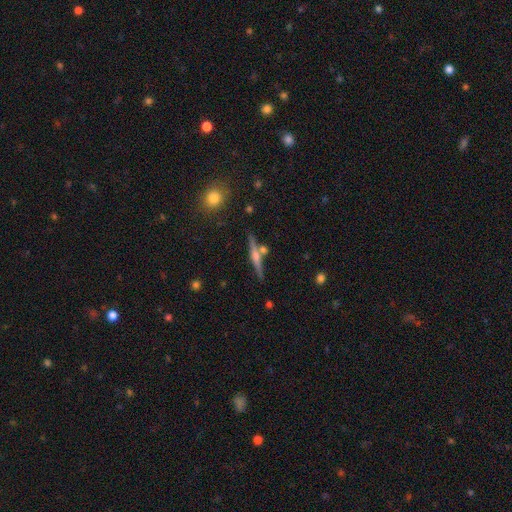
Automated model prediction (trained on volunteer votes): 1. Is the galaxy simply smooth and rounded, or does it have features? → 70% featured or disk, 21% smooth, 8% star or artifact.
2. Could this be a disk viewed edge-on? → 97% yes, 3% no.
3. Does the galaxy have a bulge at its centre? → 81% rounded, 10% none, 9% boxy.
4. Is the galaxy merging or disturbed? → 80% none, 9% merger, 9% minor disturbance, 2% major disturbance.